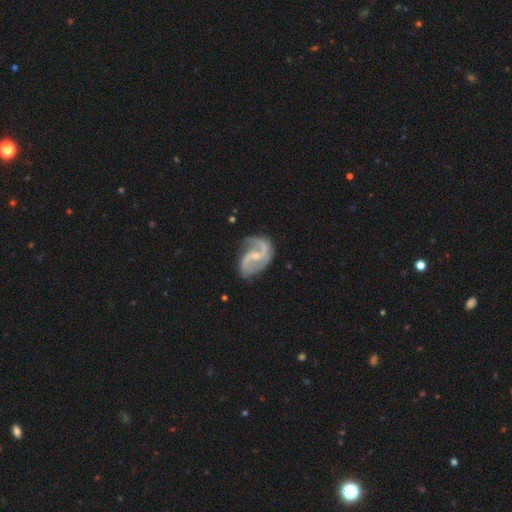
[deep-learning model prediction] Smooth or featured? featured or disk (91%)
Edge-on disk? no (98%)
Bar? weak (46%)
Spiral arms? yes (97%)
Spiral winding? medium (45%)
Spiral arm count? 2 (90%)
Bulge size? small (67%)
Merging? none (65%)